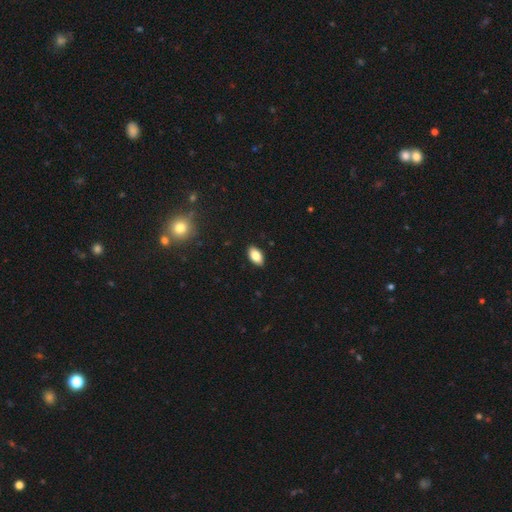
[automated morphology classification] A smooth galaxy with no disk features (85%) that is in between round and cigar-shaped (93%). Merging: none (89%).